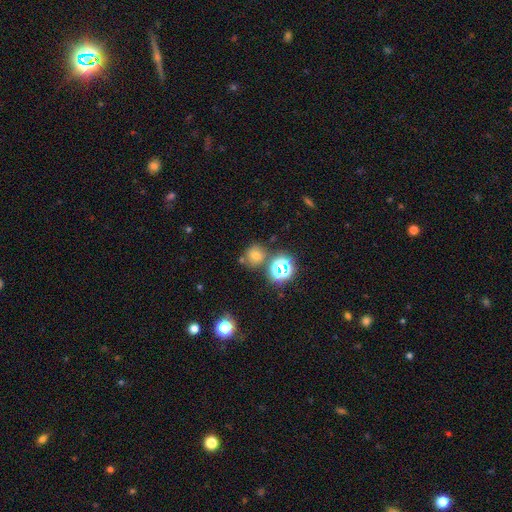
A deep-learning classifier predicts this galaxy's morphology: smooth-or-featured: smooth: 65% | star or artifact: 26% | featured or disk: 9%
  how-rounded: round: 85% | in between: 14% | cigar-shaped: 1%
  merging: none: 71% | merger: 14% | minor disturbance: 11% | major disturbance: 4%